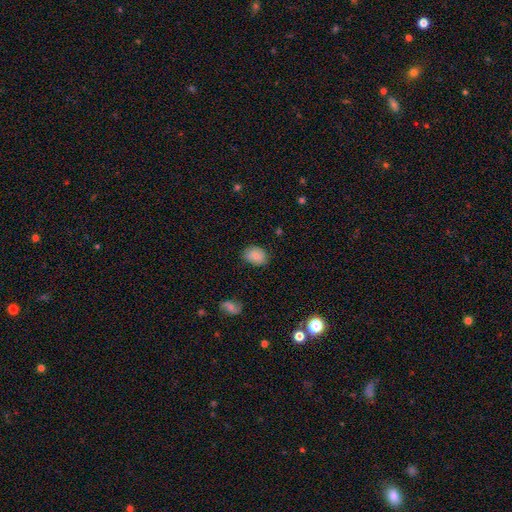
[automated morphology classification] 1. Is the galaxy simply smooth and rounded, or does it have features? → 73% smooth, 19% featured or disk, 8% star or artifact.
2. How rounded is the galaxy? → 63% in between, 36% round, 1% cigar-shaped.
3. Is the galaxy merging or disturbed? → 78% none, 17% minor disturbance, 3% major disturbance, 1% merger.